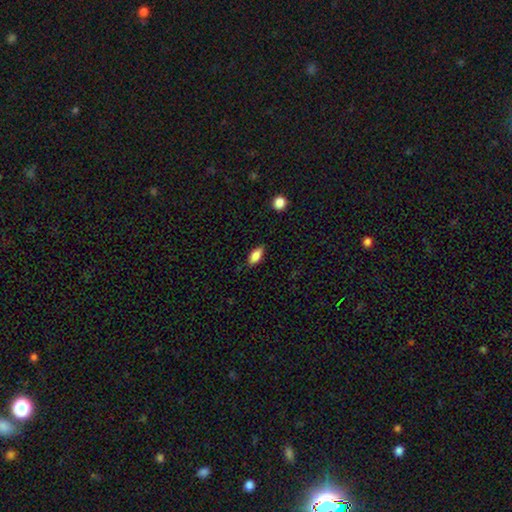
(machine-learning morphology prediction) A smooth galaxy with no disk features (83%) that is in between round and cigar-shaped (85%). Merging: none (83%).